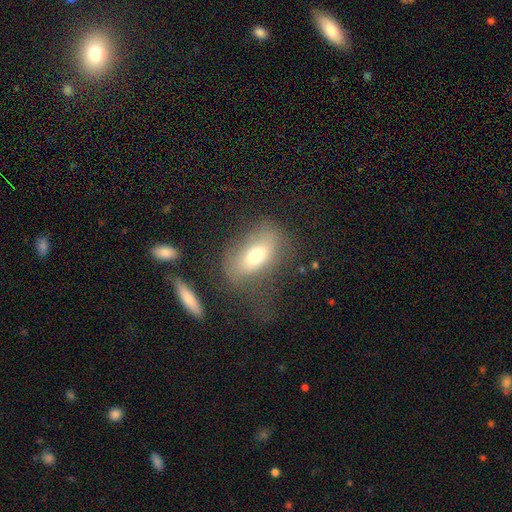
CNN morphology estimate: smooth 62%, featured or disk 28%, star or artifact 10%. Down the decision tree: how rounded — in between (83%); merging — none (44%).